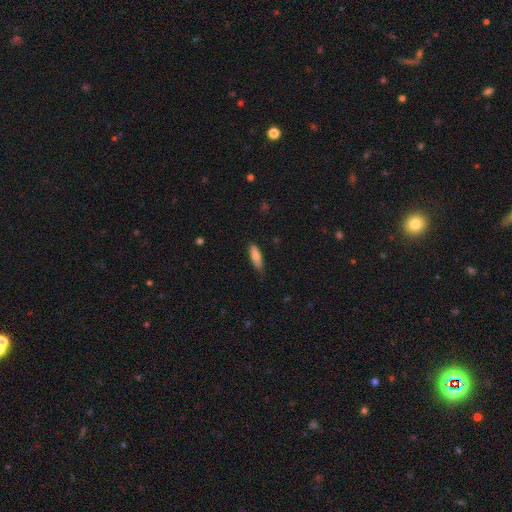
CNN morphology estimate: smooth_or_featured: smooth (p=0.74) [alt: featured or disk p=0.19]
how_rounded: in between (p=0.56) [alt: cigar-shaped p=0.42]
merging: none (p=0.77) [alt: minor disturbance p=0.19]